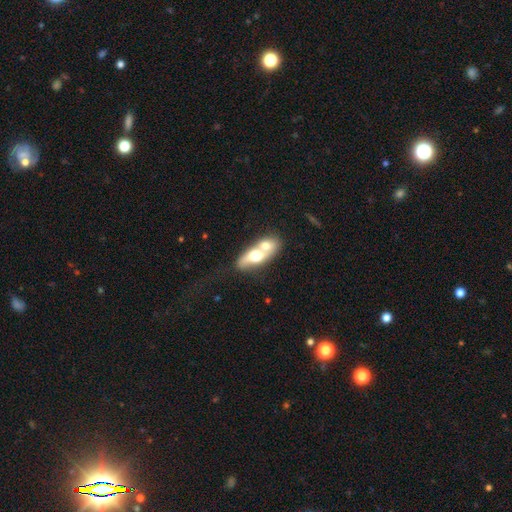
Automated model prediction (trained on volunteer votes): Smooth or featured: smooth — 52% (featured or disk — 42%)
How rounded: in between — 69% (cigar-shaped — 17%)
Merging: merger — 64% (none — 23%)